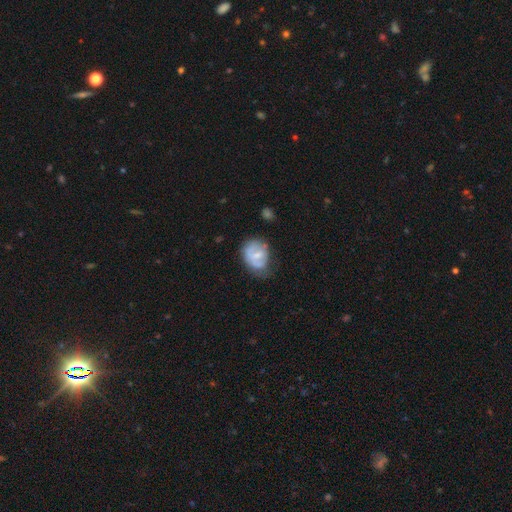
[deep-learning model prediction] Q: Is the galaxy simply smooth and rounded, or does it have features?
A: smooth — 51%.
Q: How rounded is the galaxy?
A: in between — 54%.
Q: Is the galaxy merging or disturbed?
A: none — 42%.